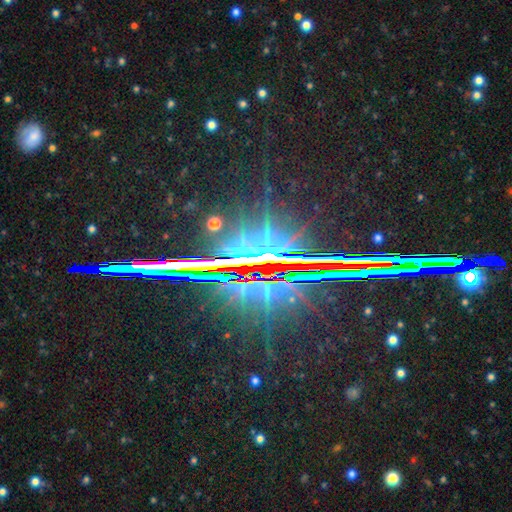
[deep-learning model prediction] Overall: star or artifact (77%).